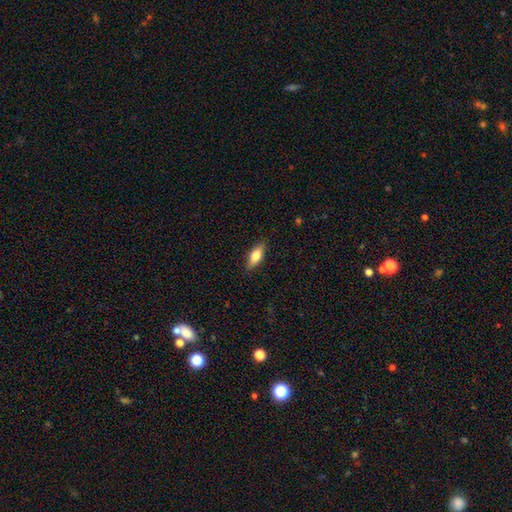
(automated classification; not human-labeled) A smooth galaxy with no disk features (72%) that is in between round and cigar-shaped (71%).

Vote fractions:
- Smooth or featured? smooth: 72% / featured or disk: 21% / star or artifact: 6%
- How rounded? in between: 71% / cigar-shaped: 26% / round: 3%
- Merging? none: 86% / minor disturbance: 10% / major disturbance: 2% / merger: 1%